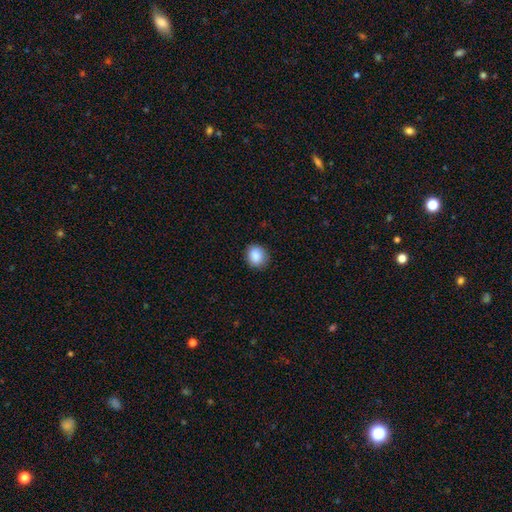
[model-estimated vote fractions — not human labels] A smooth galaxy with no disk features (88%) that is round (71%). Merging: none (87%).